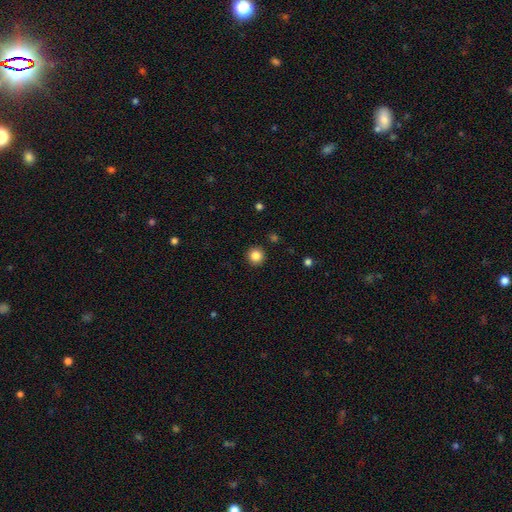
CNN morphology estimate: This appears to be a smooth galaxy with no disk features (84%) that is round (95%). Merging: none (92%).